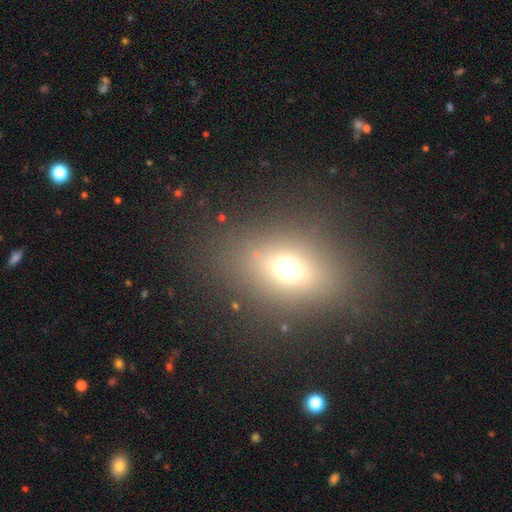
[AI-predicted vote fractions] A smooth galaxy with no disk features (63%) that is in between round and cigar-shaped (55%). Merging: none (81%).